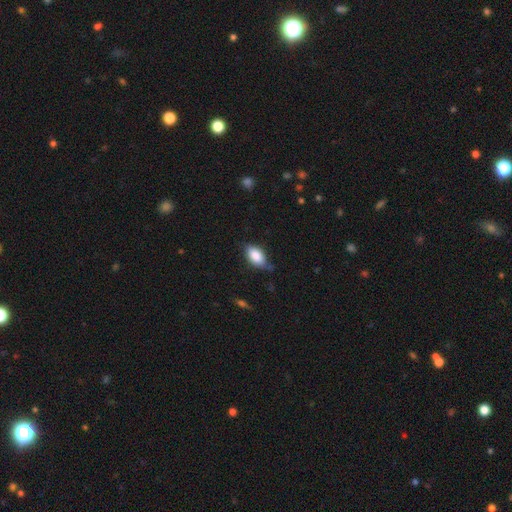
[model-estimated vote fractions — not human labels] Smooth or featured?
  - smooth: 84% *
  - featured or disk: 10%
  - star or artifact: 7%
How rounded?
  - in between: 92% *
  - round: 5%
  - cigar-shaped: 4%
Merging?
  - none: 65% *
  - minor disturbance: 27%
  - major disturbance: 6%
  - merger: 2%